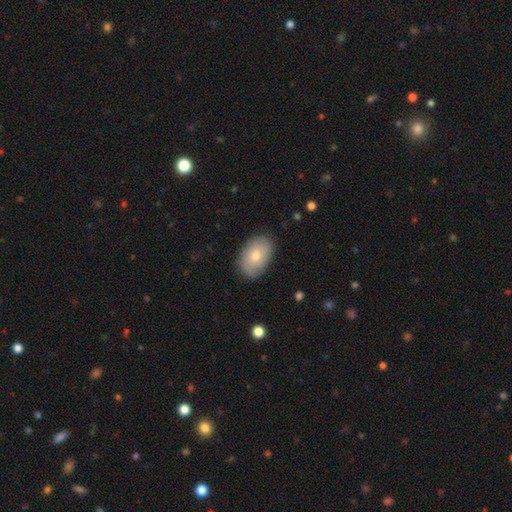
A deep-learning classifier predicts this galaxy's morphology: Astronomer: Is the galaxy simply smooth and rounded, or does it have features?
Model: smooth — 72%.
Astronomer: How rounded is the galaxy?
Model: in between — 89%.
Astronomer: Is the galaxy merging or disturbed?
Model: none — 84%.